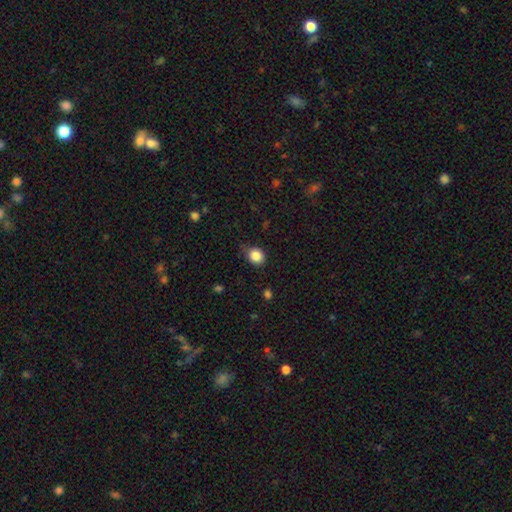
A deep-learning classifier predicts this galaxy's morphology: smooth-or-featured: smooth: 85% | star or artifact: 10% | featured or disk: 5%
  how-rounded: round: 64% | in between: 35% | cigar-shaped: 1%
  merging: none: 75% | minor disturbance: 20% | major disturbance: 4% | merger: 1%